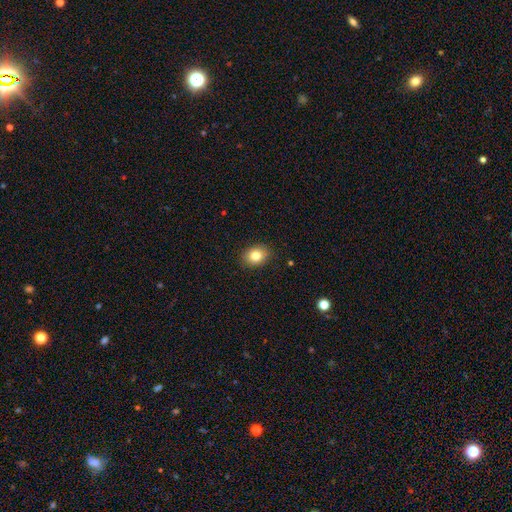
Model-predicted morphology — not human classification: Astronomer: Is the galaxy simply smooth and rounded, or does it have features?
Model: smooth — 82%.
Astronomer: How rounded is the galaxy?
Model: in between — 59% (runner-up: round, 40%).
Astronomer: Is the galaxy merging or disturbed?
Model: none — 89%.